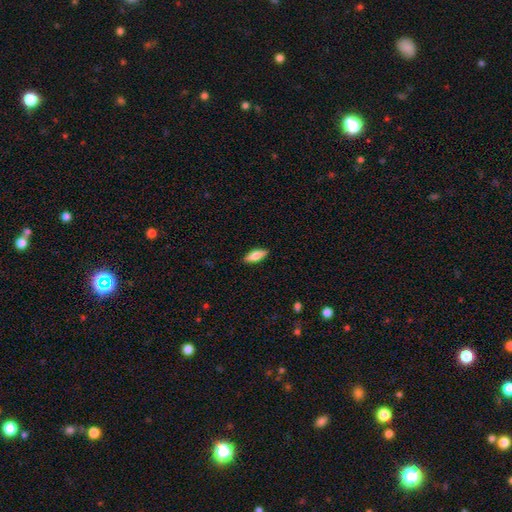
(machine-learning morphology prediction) Smooth or featured? Predicted: smooth (p=0.71). How rounded? Predicted: in between (p=0.62). Merging? Predicted: none (p=0.88).